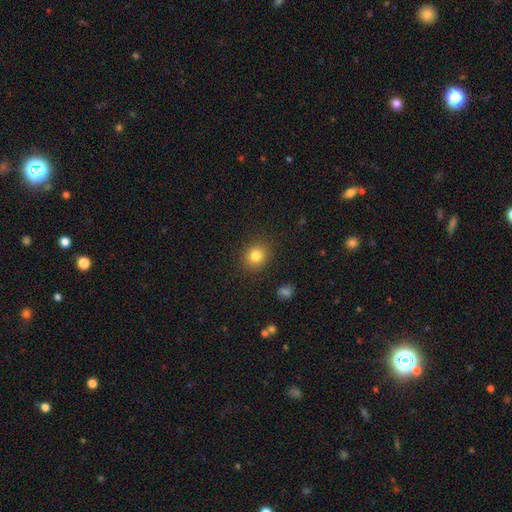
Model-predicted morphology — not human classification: This appears to be a smooth galaxy with no disk features (81%) that is round (74%). Merging: none (89%).